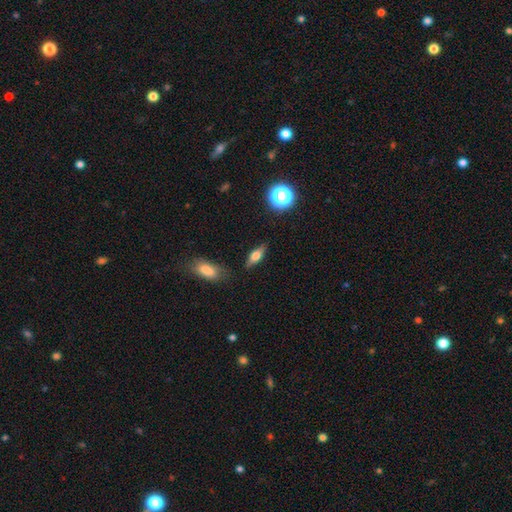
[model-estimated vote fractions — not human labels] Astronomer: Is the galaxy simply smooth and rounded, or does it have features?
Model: smooth — 55% (runner-up: featured or disk, 36%).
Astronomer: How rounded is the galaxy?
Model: in between — 62%.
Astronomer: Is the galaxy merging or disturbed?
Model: none — 78%.